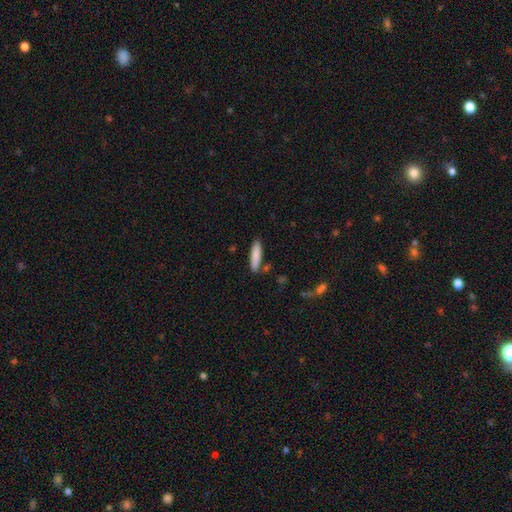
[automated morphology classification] Smooth or featured? smooth (85%)
How rounded? cigar-shaped (76%)
Merging? none (84%)